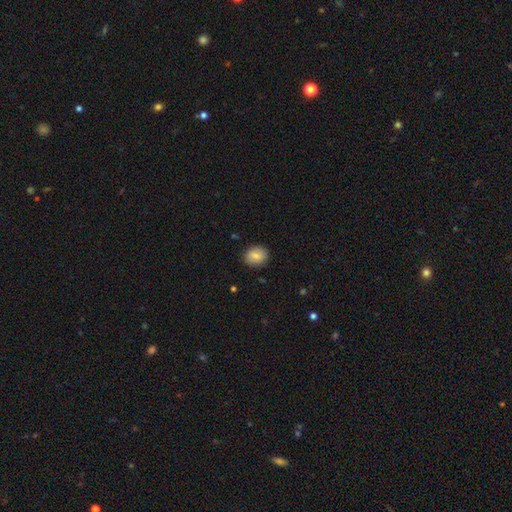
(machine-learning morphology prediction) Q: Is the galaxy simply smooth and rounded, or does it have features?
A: smooth — 82%.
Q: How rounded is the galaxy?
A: round — 61%.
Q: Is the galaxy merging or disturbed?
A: none — 87%.